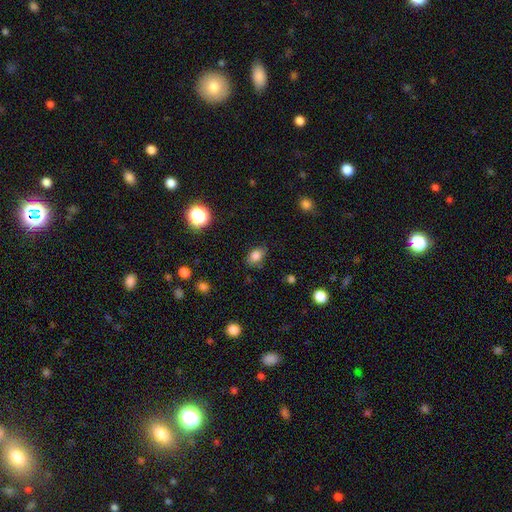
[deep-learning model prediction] This appears to be a smooth galaxy with no disk features (81%) that is in between round and cigar-shaped (81%). Merging: none (80%).